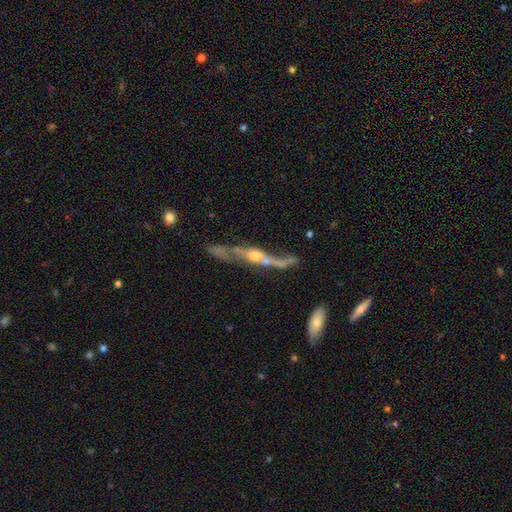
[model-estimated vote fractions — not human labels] Morphology: type=featured or disk (81%); edge-on=yes (76%); edge-on bulge=rounded (80%); merging=none (56%).